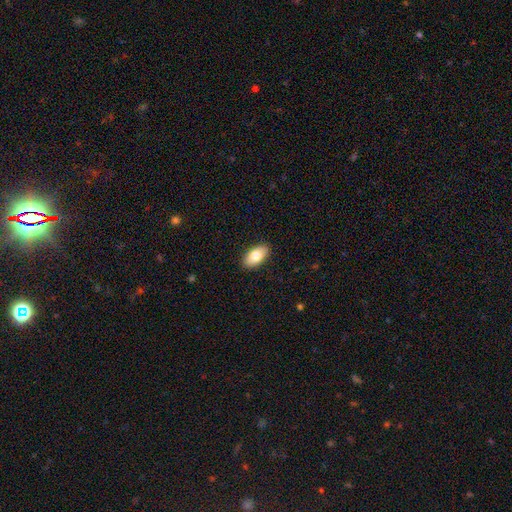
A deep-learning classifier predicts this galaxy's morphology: A smooth galaxy with no disk features (79%) that is in between round and cigar-shaped (92%). Merging: none (89%).